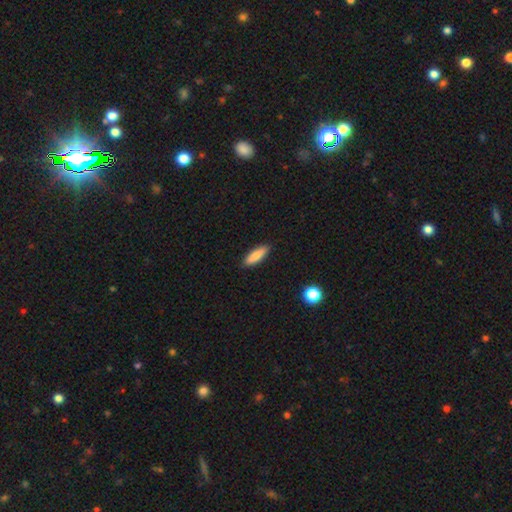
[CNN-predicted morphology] smooth_or_featured: smooth (p=0.83) [alt: featured or disk p=0.10]
how_rounded: cigar-shaped (p=0.59) [alt: in between p=0.39]
merging: none (p=0.90) [alt: minor disturbance p=0.08]